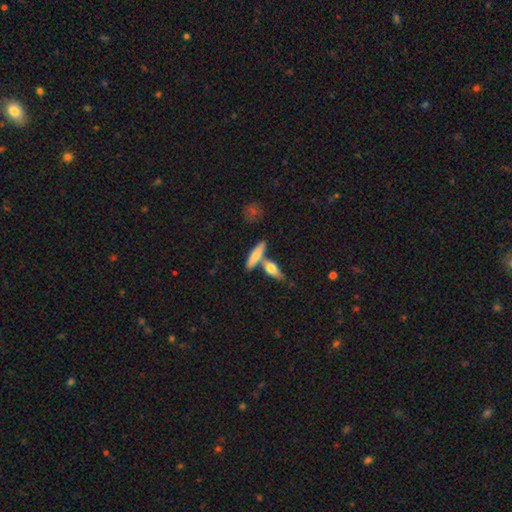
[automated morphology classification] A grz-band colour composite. It shows a smooth galaxy with no disk features (64%) that is cigar-shaped (64%). Merging: none (53%).